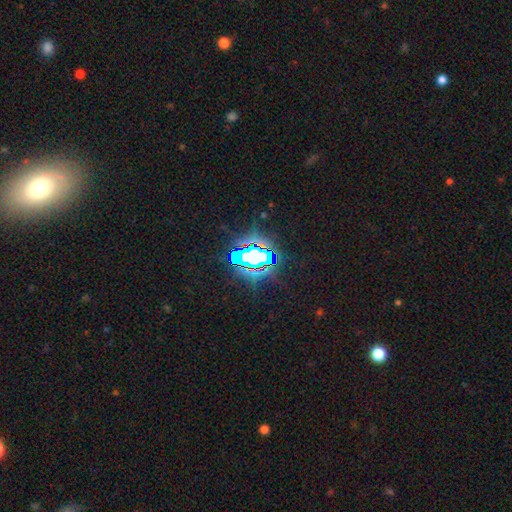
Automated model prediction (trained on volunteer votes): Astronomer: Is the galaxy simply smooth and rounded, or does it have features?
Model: star or artifact — 72%.